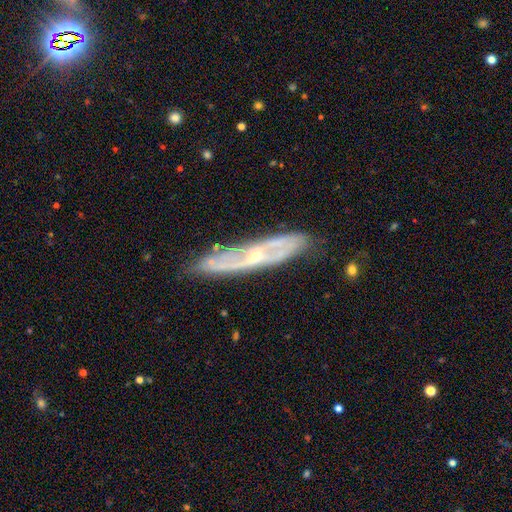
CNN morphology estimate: Q: Smooth or featured?
A: featured or disk (77%); runner-up: smooth (15%)
Q: Edge-on disk?
A: yes (51%); runner-up: no (49%)
Q: Merging?
A: none (76%); runner-up: minor disturbance (17%)